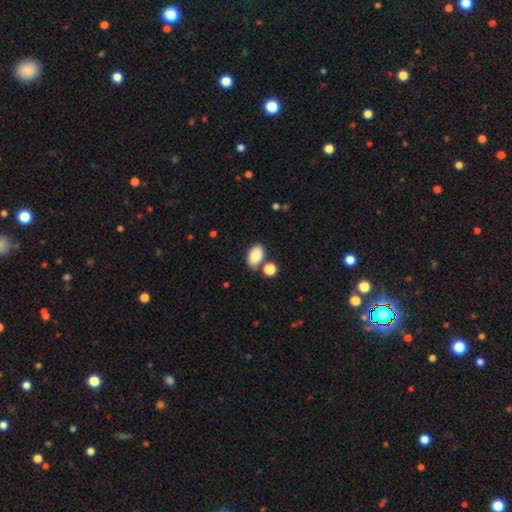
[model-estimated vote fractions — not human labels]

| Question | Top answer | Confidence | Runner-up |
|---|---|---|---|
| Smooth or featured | smooth | 86% | star or artifact (8%) |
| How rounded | in between | 90% | round (9%) |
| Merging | none | 71% | merger (14%) |